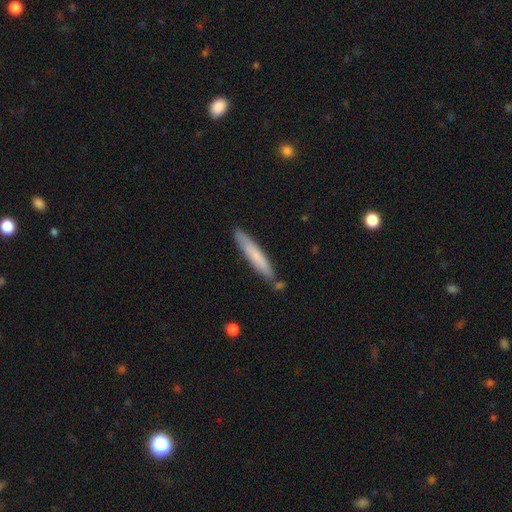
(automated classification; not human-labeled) Smooth or featured?
  - smooth: 69% *
  - featured or disk: 25%
  - star or artifact: 6%
How rounded?
  - cigar-shaped: 93% *
  - in between: 6%
  - round: 1%
Merging?
  - none: 80% *
  - minor disturbance: 13%
  - merger: 5%
  - major disturbance: 2%